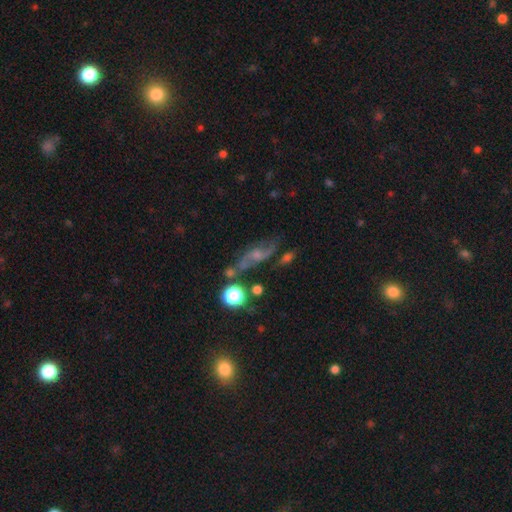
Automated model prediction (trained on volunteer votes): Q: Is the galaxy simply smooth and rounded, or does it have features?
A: featured or disk — 63%.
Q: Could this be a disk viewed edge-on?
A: no — 84%.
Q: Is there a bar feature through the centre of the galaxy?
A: no — 55%.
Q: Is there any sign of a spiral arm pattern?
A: yes — 86%.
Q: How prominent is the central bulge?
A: small — 48%.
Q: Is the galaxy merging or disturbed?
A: none — 61%.